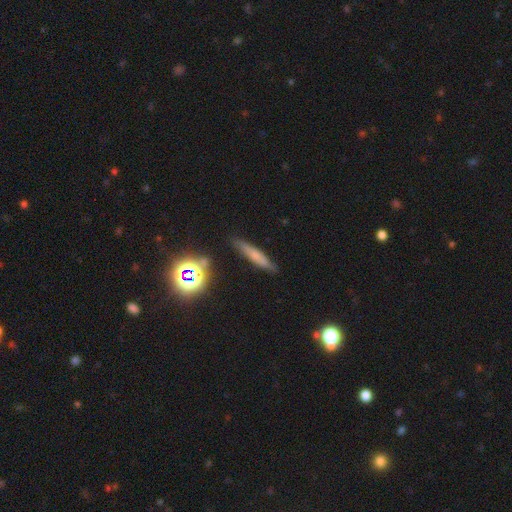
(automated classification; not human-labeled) Smooth or featured?
  - smooth: 56% *
  - featured or disk: 29%
  - star or artifact: 15%
How rounded?
  - cigar-shaped: 86% *
  - in between: 10%
  - round: 4%
Merging?
  - none: 83% *
  - minor disturbance: 12%
  - major disturbance: 3%
  - merger: 2%